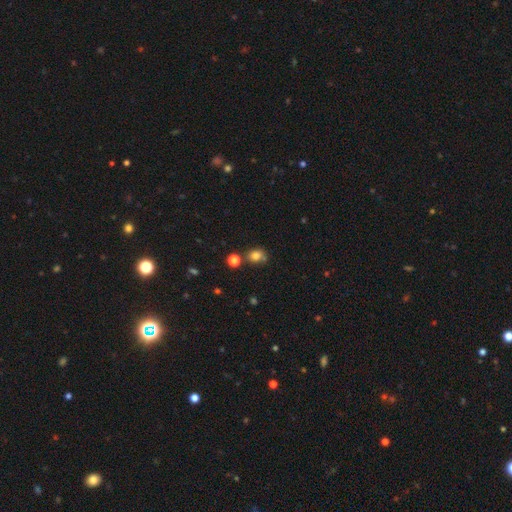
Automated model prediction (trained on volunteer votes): A smooth galaxy with no disk features (78%) that is round (58%). Merging: none (63%).